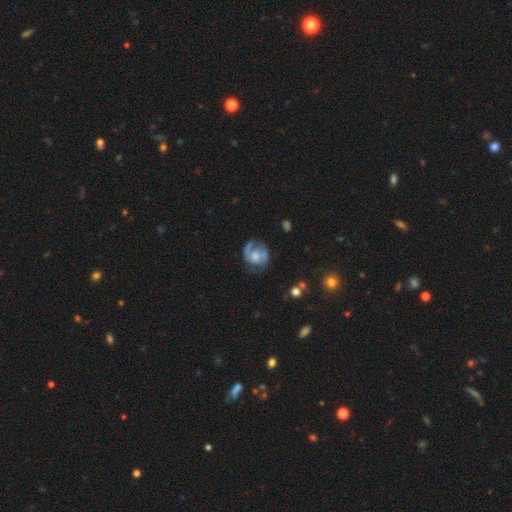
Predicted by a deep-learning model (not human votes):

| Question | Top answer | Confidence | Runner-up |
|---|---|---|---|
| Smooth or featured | featured or disk | 67% | smooth (26%) |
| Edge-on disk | no | 97% | yes (3%) |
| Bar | no | 69% | weak (26%) |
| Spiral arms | yes | 79% | no (21%) |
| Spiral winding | medium | 44% | tight (31%) |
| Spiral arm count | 2 | 62% | can't tell (17%) |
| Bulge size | moderate | 55% | small (25%) |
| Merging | none | 56% | minor disturbance (24%) |